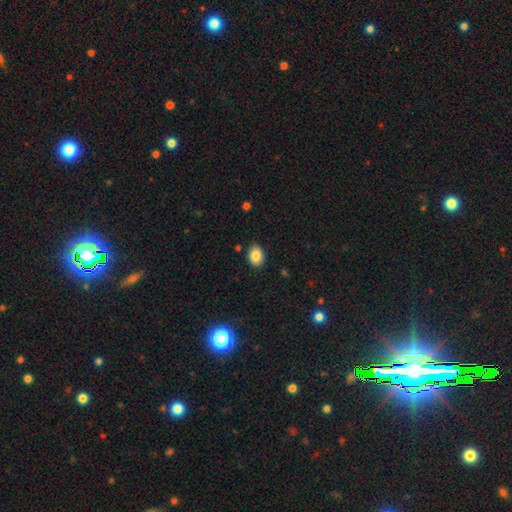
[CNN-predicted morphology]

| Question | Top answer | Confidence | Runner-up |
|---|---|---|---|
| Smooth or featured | smooth | 85% | star or artifact (9%) |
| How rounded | in between | 73% | round (26%) |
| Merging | none | 87% | minor disturbance (9%) |